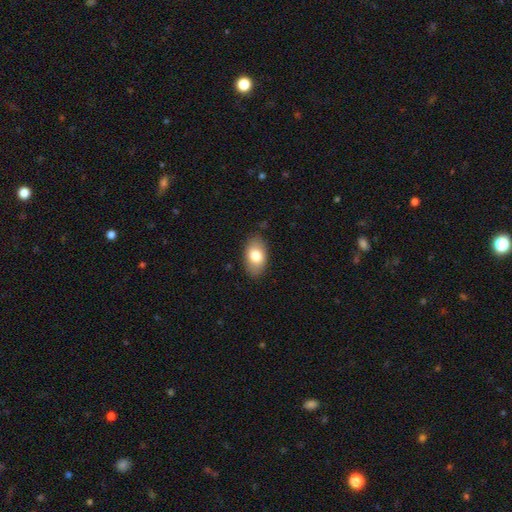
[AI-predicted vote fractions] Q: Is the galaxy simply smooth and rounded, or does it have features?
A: smooth — 78%.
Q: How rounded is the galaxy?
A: in between — 92%.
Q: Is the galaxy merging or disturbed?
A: none — 84%.